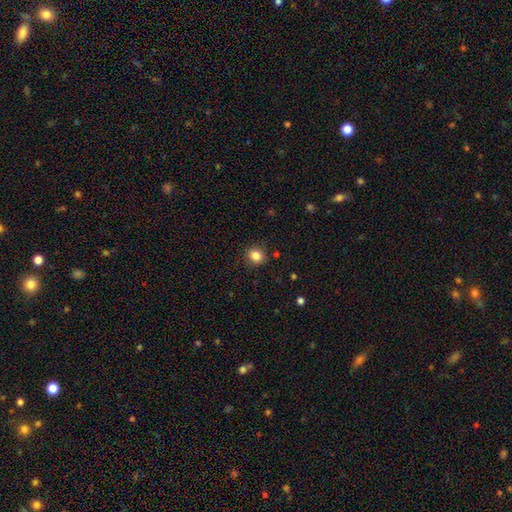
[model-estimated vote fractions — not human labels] Smooth or featured? smooth (84%)
How rounded? round (75%)
Merging? none (88%)